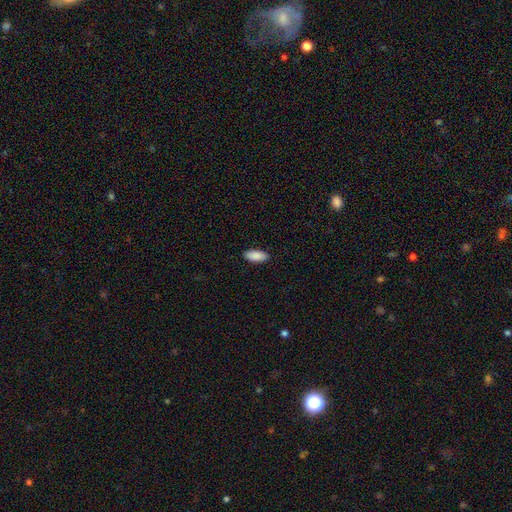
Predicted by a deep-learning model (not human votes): The model was most divided on "how rounded": in between: 87%, cigar-shaped: 11%, round: 2%. More confident: smooth or featured — smooth (90%); merging — none (89%).